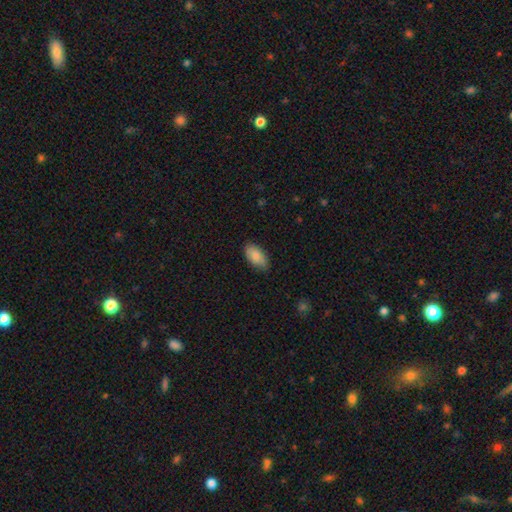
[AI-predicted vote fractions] This is clearly a smooth galaxy (87%). How rounded: clearly in between (94%). Merging: clearly none (83%).